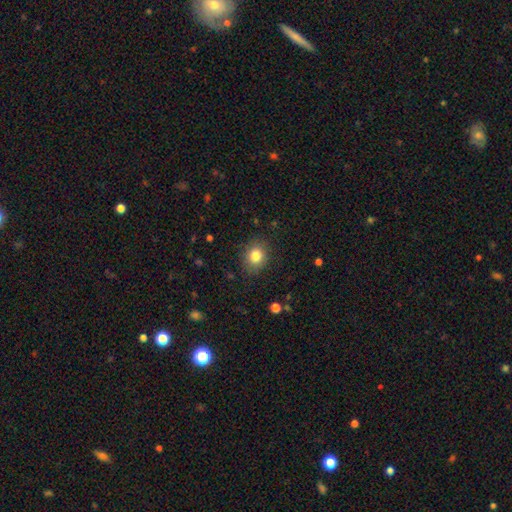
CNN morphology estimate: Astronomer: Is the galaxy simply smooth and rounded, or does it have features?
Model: smooth — 82%.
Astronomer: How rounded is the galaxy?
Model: round — 63%.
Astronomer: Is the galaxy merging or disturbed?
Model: none — 85%.